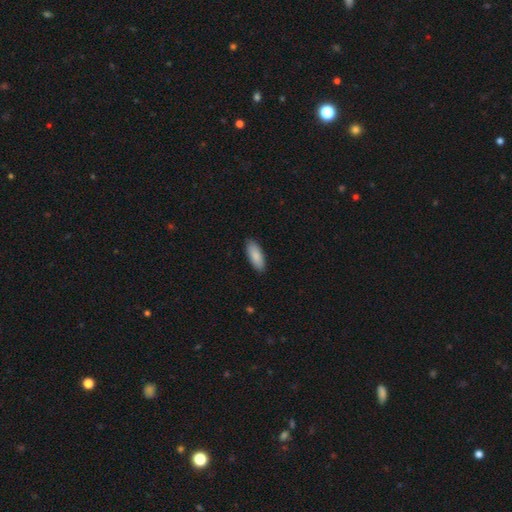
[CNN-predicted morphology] Overall: smooth (87%). How rounded: in between (74%). Merging: none (89%).